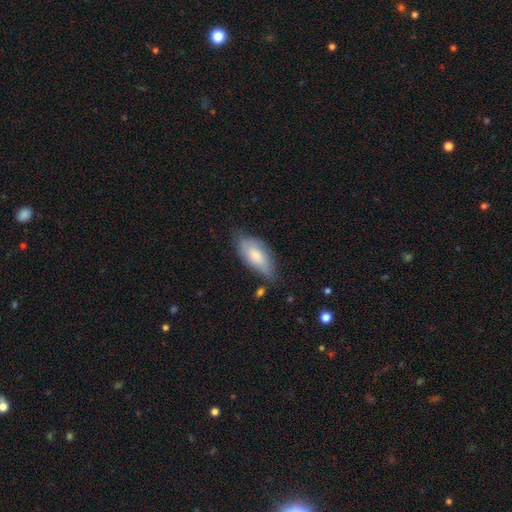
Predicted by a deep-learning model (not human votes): A smooth galaxy with no disk features (72%) that is in between round and cigar-shaped (89%).

Vote fractions:
- Smooth or featured? smooth: 72% / featured or disk: 22% / star or artifact: 6%
- How rounded? in between: 89% / cigar-shaped: 9% / round: 2%
- Merging? none: 58% / minor disturbance: 32% / major disturbance: 7% / merger: 3%